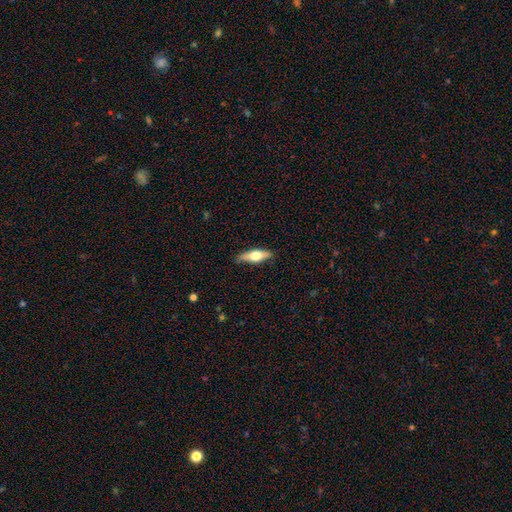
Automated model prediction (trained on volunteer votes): smooth 51%, featured or disk 43%, star or artifact 5%. Down the decision tree: how rounded — in between (49%); merging — none (83%).